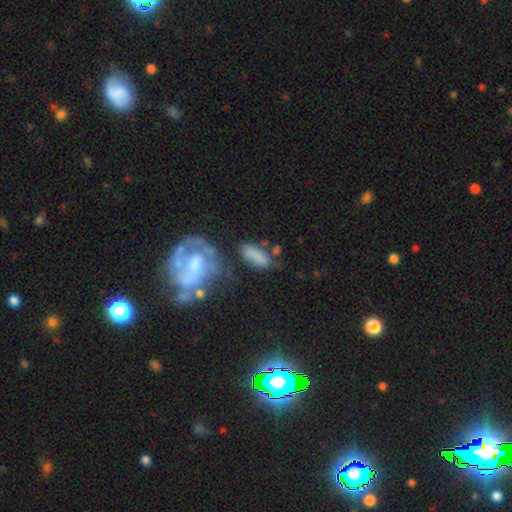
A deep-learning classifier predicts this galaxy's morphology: Q: Smooth or featured?
A: smooth (75%); runner-up: featured or disk (17%)
Q: How rounded?
A: in between (78%); runner-up: cigar-shaped (17%)
Q: Merging?
A: none (56%); runner-up: minor disturbance (22%)